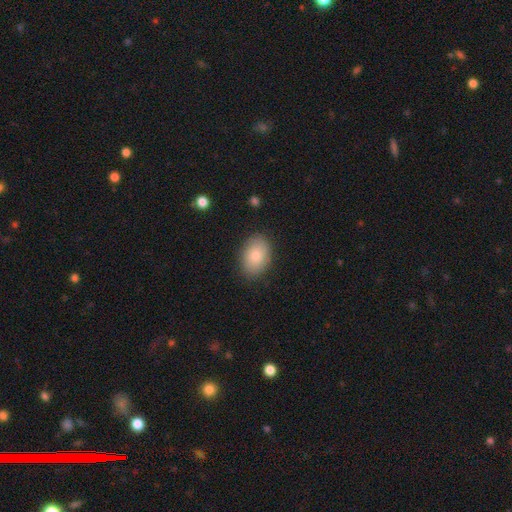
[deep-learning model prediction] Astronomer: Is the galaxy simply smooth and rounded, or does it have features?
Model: smooth — 83%.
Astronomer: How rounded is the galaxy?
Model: in between — 85%.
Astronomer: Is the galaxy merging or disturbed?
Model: none — 85%.